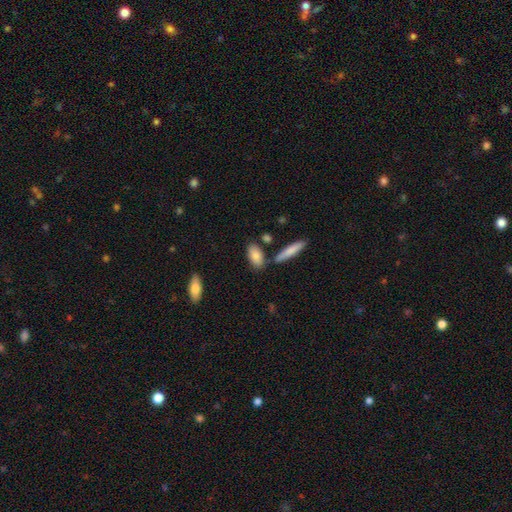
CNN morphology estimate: smooth 83%, featured or disk 11%, star or artifact 6%. Down the decision tree: how rounded — in between (85%); merging — none (73%).